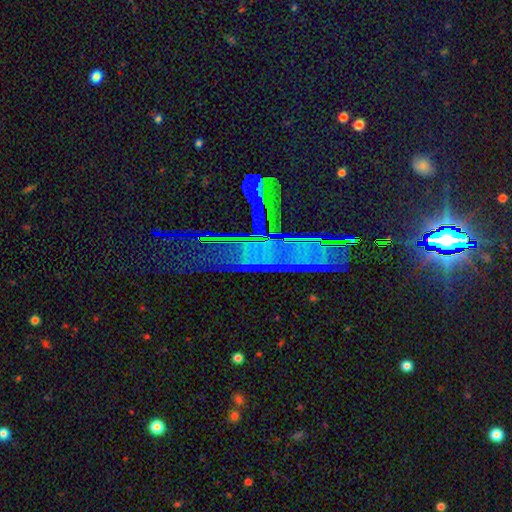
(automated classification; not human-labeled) Overall: star or artifact (79%).